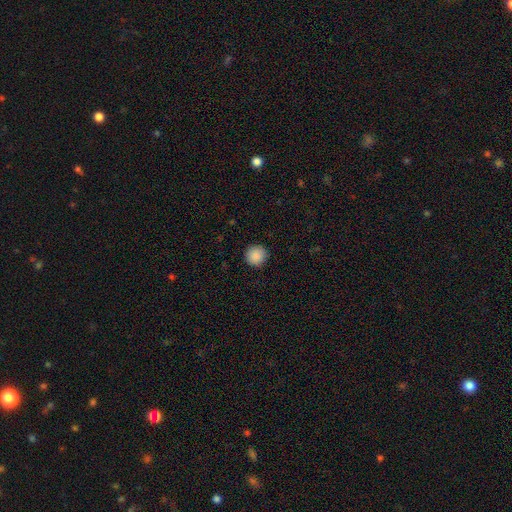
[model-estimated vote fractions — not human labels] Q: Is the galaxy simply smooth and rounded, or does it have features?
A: smooth — 89%.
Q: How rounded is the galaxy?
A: round — 95%.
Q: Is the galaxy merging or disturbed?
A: none — 91%.